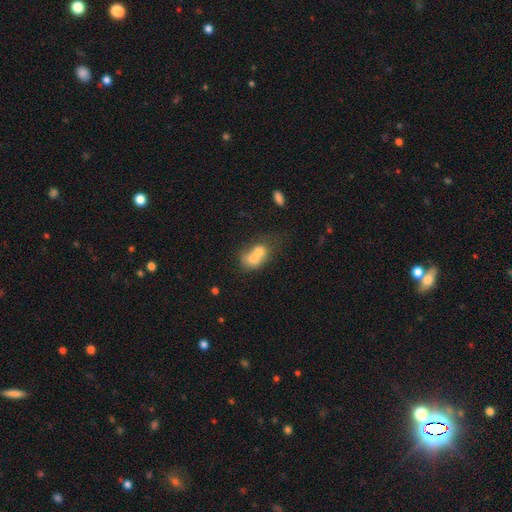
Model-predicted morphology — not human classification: Smooth or featured: smooth — 68% (featured or disk — 23%)
How rounded: in between — 53% (round — 45%)
Merging: merger — 71% (none — 18%)